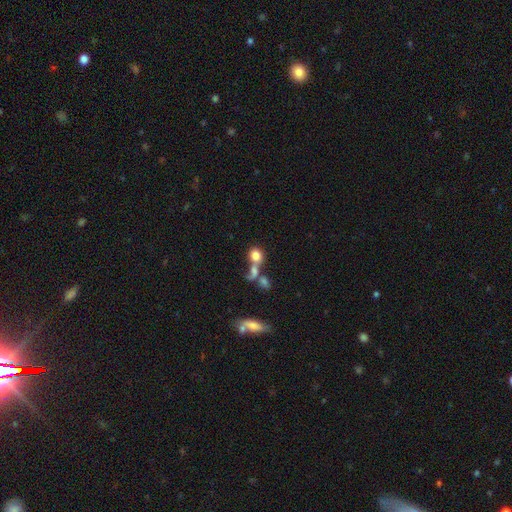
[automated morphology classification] smooth-or-featured: smooth: 76% | featured or disk: 14% | star or artifact: 11%
  how-rounded: round: 74% | in between: 24% | cigar-shaped: 2%
  merging: merger: 51% | none: 30% | major disturbance: 10% | minor disturbance: 9%